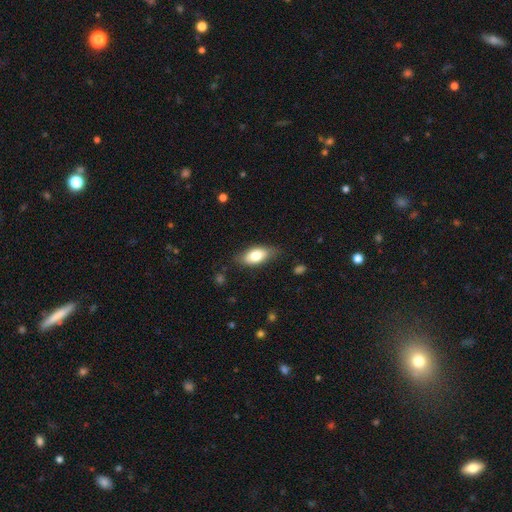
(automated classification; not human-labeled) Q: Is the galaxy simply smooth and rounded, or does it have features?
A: smooth — 75%.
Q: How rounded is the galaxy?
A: in between — 88%.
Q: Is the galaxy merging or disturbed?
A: none — 76%.